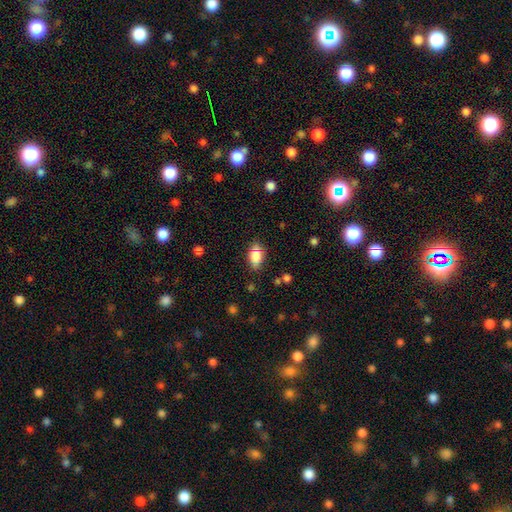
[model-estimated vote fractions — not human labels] Smooth or featured? Predicted: smooth (p=0.78). How rounded? Predicted: in between (p=0.84). Merging? Predicted: none (p=0.73).